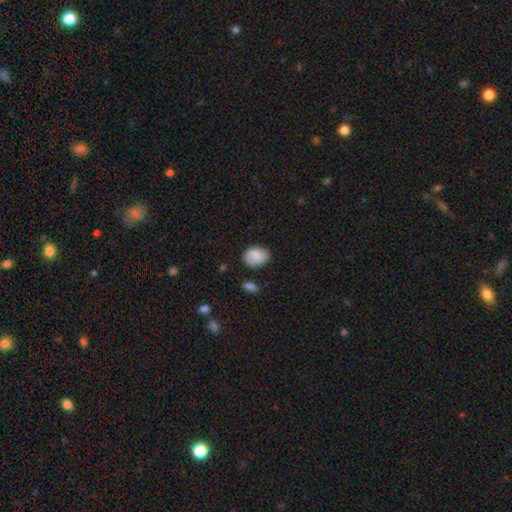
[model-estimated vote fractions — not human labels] Q: Smooth or featured?
A: smooth (85%); runner-up: featured or disk (8%)
Q: How rounded?
A: in between (71%); runner-up: round (28%)
Q: Merging?
A: none (72%); runner-up: minor disturbance (21%)